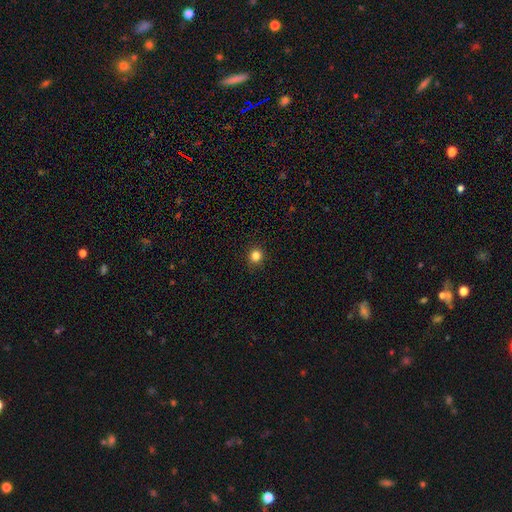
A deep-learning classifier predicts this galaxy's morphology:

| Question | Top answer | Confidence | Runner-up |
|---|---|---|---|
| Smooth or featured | smooth | 83% | star or artifact (13%) |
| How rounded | round | 91% | in between (8%) |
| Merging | none | 91% | minor disturbance (6%) |